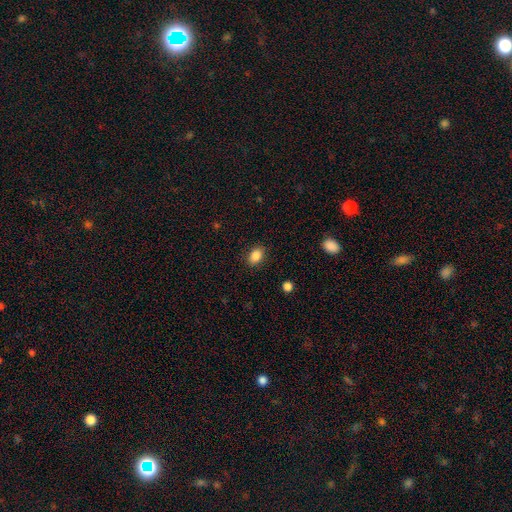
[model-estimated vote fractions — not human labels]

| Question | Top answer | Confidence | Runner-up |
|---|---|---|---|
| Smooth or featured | smooth | 87% | star or artifact (9%) |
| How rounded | in between | 78% | round (20%) |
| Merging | none | 87% | minor disturbance (9%) |